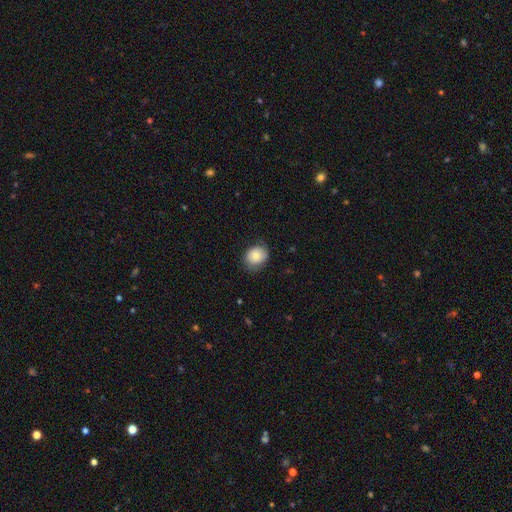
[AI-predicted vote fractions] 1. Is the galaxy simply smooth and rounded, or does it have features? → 80% smooth, 12% featured or disk, 8% star or artifact.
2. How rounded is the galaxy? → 61% round, 38% in between, 1% cigar-shaped.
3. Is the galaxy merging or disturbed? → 71% none, 23% minor disturbance, 5% major disturbance, 1% merger.